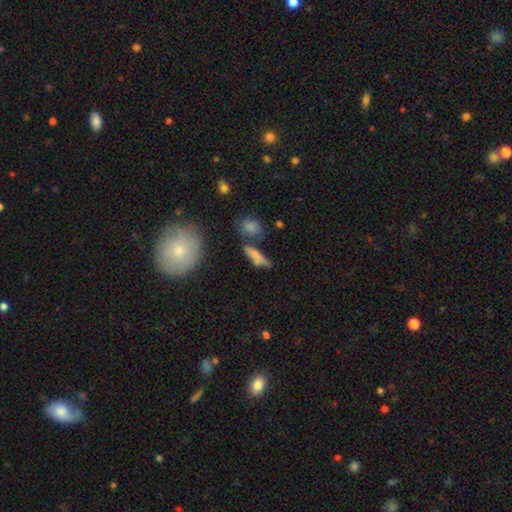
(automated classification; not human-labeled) A smooth galaxy with no disk features (71%) that is cigar-shaped (60%).

Vote fractions:
- Smooth or featured? smooth: 71% / featured or disk: 19% / star or artifact: 10%
- How rounded? cigar-shaped: 60% / in between: 36% / round: 5%
- Merging? none: 56% / minor disturbance: 20% / merger: 16% / major disturbance: 8%